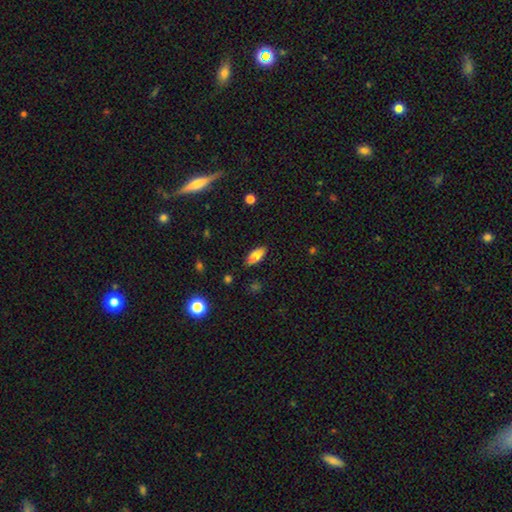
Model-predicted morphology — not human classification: Smooth or featured? smooth (77%)
How rounded? in between (86%)
Merging? none (85%)